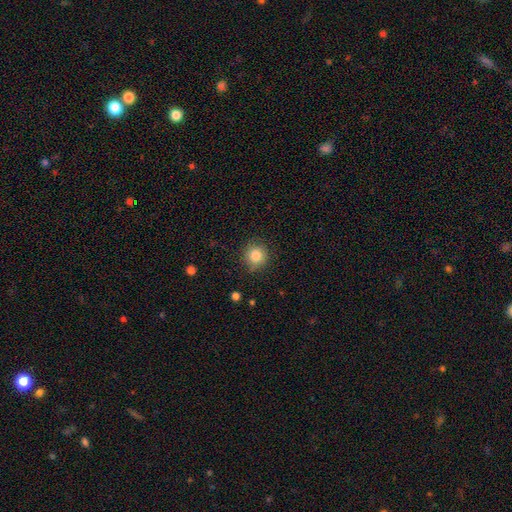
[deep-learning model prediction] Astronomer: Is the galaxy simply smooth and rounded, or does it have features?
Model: smooth — 84%.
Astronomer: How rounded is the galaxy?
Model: round — 92%.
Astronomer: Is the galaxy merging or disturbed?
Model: none — 85%.